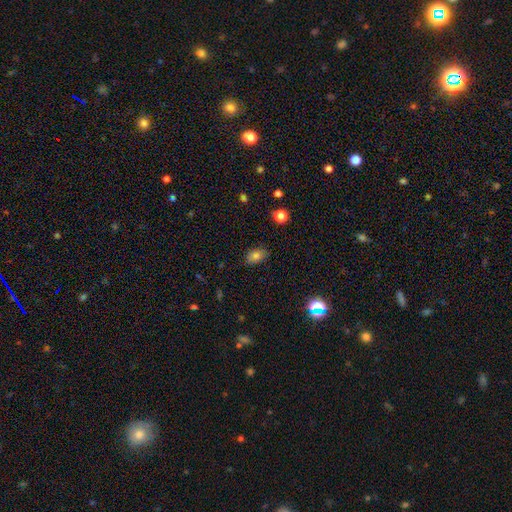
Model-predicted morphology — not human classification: smooth 78%, star or artifact 12%, featured or disk 10%. Down the decision tree: how rounded — in between (82%); merging — none (83%).